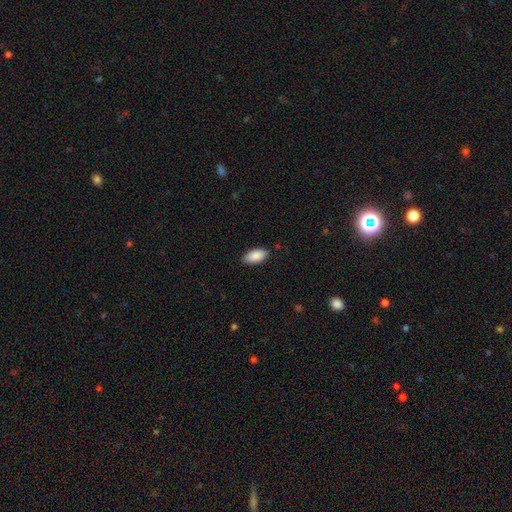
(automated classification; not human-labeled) Morphology: type=smooth (90%); roundness=in between (93%); merging=none (85%).